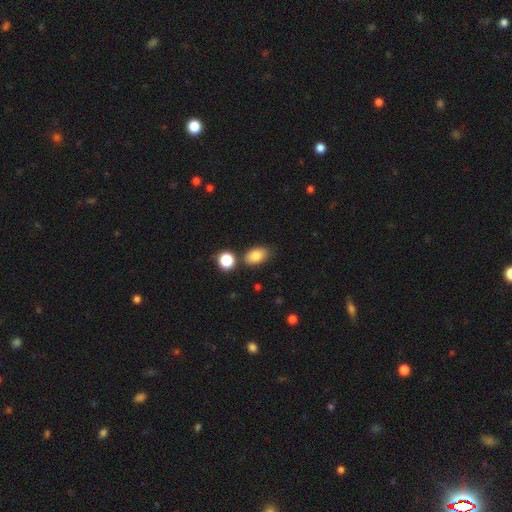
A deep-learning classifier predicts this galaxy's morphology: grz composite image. It shows a smooth galaxy with no disk features (83%) that is in between round and cigar-shaped (86%). Merging: none (75%).